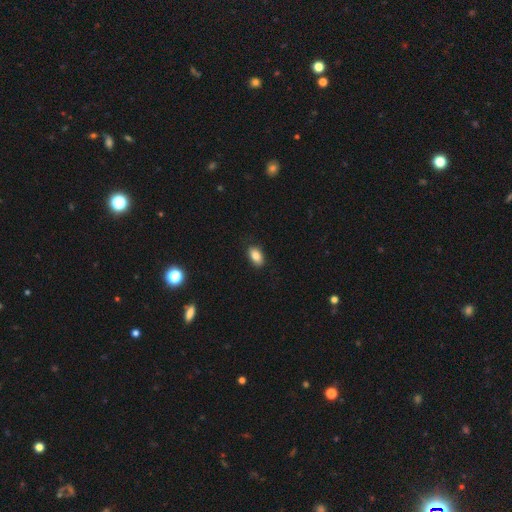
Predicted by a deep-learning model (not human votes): Smooth or featured?
  - smooth: 86% *
  - star or artifact: 8%
  - featured or disk: 6%
How rounded?
  - in between: 90% *
  - round: 8%
  - cigar-shaped: 2%
Merging?
  - none: 87% *
  - minor disturbance: 10%
  - major disturbance: 2%
  - merger: 1%